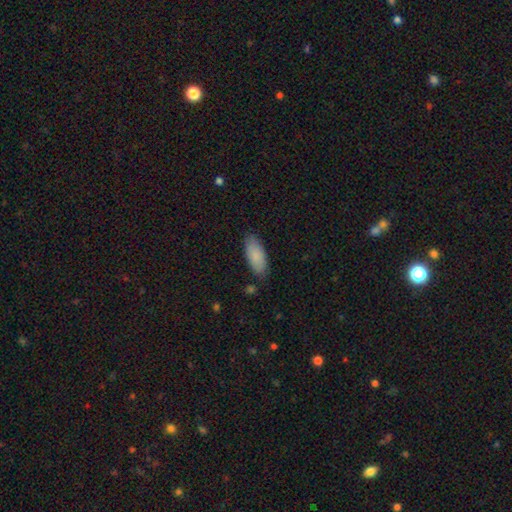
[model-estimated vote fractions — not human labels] smooth-or-featured: smooth: 88% | featured or disk: 6% | star or artifact: 6%
  how-rounded: in between: 84% | cigar-shaped: 14% | round: 2%
  merging: none: 83% | minor disturbance: 13% | major disturbance: 3% | merger: 2%